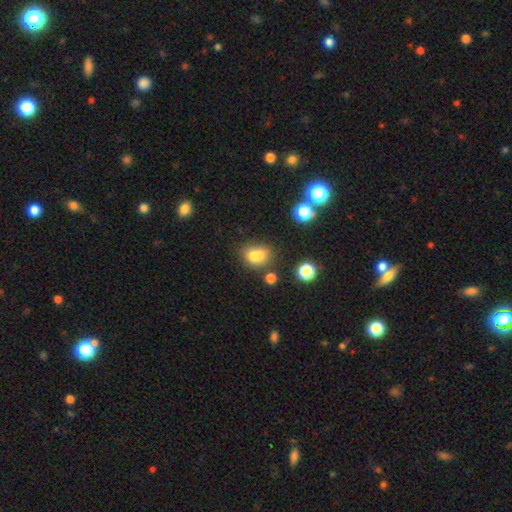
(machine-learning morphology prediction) The model was most divided on "merging": merger: 41%, none: 39%, minor disturbance: 14%, major disturbance: 6%. More confident: smooth or featured — smooth (71%); how rounded — round (51%).